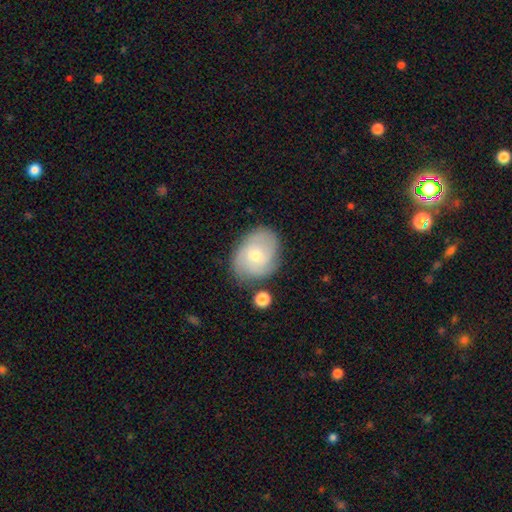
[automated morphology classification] Smooth or featured?
  - featured or disk: 51% *
  - smooth: 41%
  - star or artifact: 8%
Edge-on disk?
  - no: 96% *
  - yes: 4%
Merging?
  - none: 72% *
  - minor disturbance: 18%
  - major disturbance: 5%
  - merger: 4%